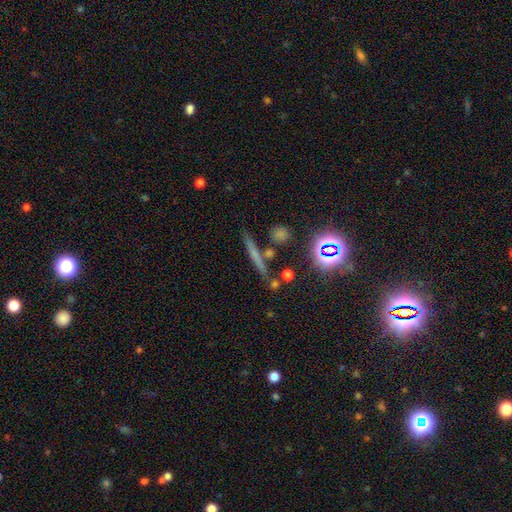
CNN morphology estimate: Smooth or featured? smooth (47%)
Merging? none (79%)